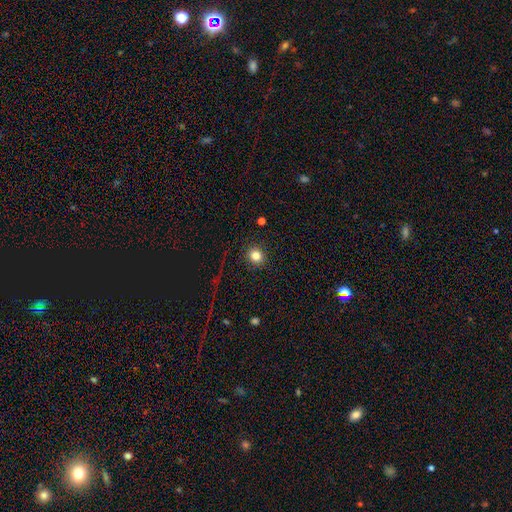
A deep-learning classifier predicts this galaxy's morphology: The model was most divided on "smooth or featured": smooth: 81%, star or artifact: 13%, featured or disk: 6%. More confident: merging — none (91%); how rounded — round (85%).